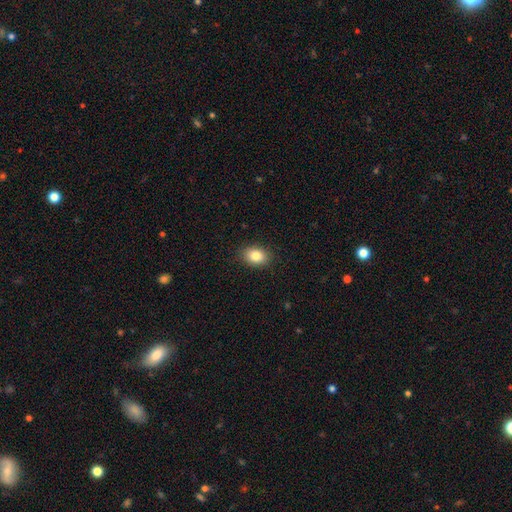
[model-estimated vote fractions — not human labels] A smooth galaxy with no disk features (83%) that is in between round and cigar-shaped (71%). Merging: none (88%).